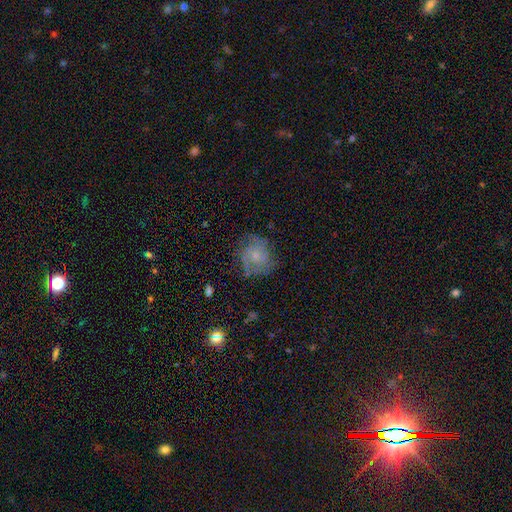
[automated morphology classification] The model was most divided on "smooth or featured": featured or disk: 58%, smooth: 33%, star or artifact: 9%. More confident: edge-on disk — no (98%); spiral arms — yes (82%); bar — no (80%); bulge size — small (67%); merging — none (66%).